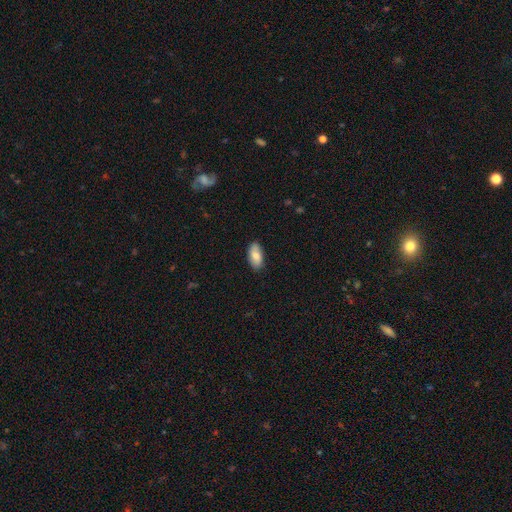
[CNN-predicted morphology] The model was most divided on "smooth or featured": smooth: 81%, featured or disk: 13%, star or artifact: 6%. More confident: how rounded — in between (93%); merging — none (86%).